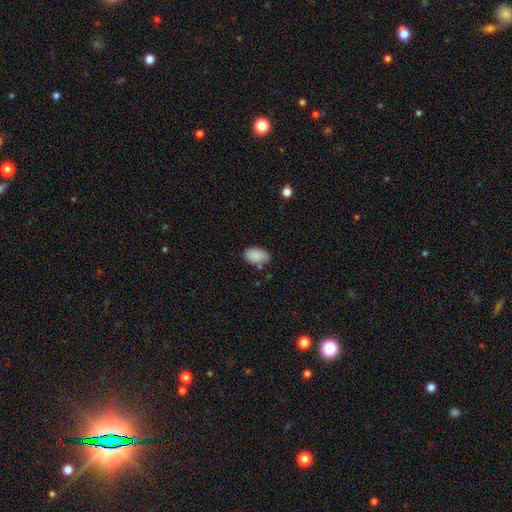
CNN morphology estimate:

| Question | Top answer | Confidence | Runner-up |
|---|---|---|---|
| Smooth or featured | smooth | 89% | star or artifact (7%) |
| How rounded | in between | 91% | round (7%) |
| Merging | none | 72% | minor disturbance (20%) |